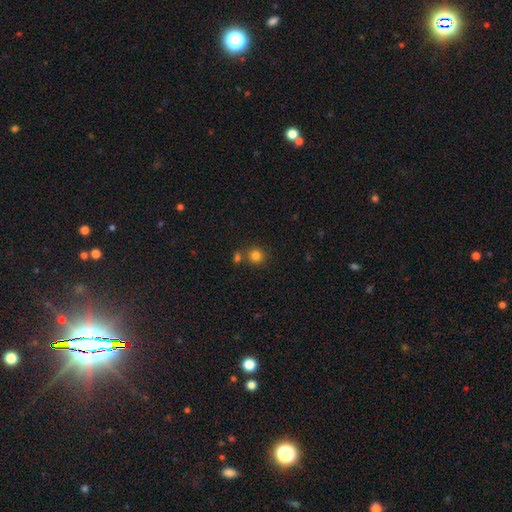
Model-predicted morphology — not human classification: Overall: smooth (82%). How rounded: round (89%). Merging: none (69%).